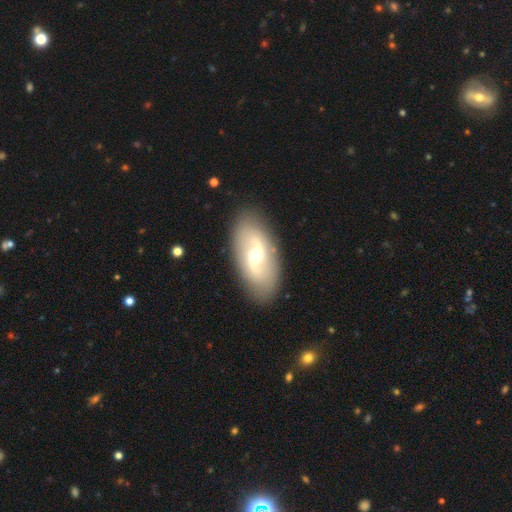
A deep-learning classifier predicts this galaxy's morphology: smooth-or-featured: featured or disk: 74% | smooth: 21% | star or artifact: 6%
  disk-edge-on: no: 93% | yes: 7%
    bar: weak: 47% | no: 31% | strong: 22%
    has-spiral-arms: yes: 79% | no: 21%
      spiral-winding: loose: 57% | medium: 30% | tight: 13%
      spiral-arm-count: 2: 88% | can't tell: 7% | 1: 2% | 3: 1% | 4: 1% | more than 4: 1%
    bulge-size: moderate: 62% | small: 31% | large: 5% | dominant: 1% | none: 1%
  merging: none: 87% | minor disturbance: 9% | major disturbance: 3% | merger: 1%